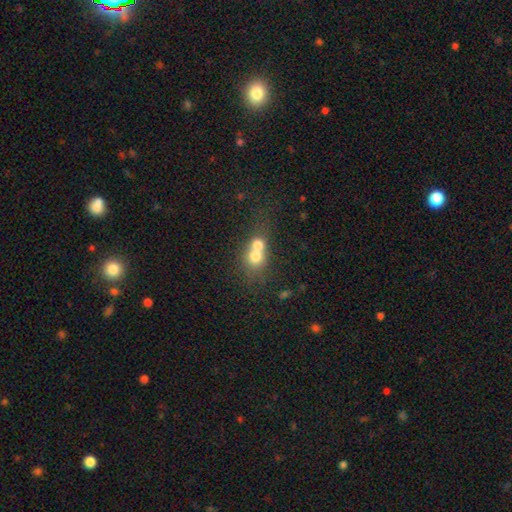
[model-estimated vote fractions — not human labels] A smooth galaxy with no disk features (69%) that is round (70%).

Vote fractions:
- Smooth or featured? smooth: 69% / featured or disk: 21% / star or artifact: 11%
- How rounded? round: 70% / in between: 28% / cigar-shaped: 2%
- Merging? merger: 72% / none: 20% / minor disturbance: 5% / major disturbance: 3%